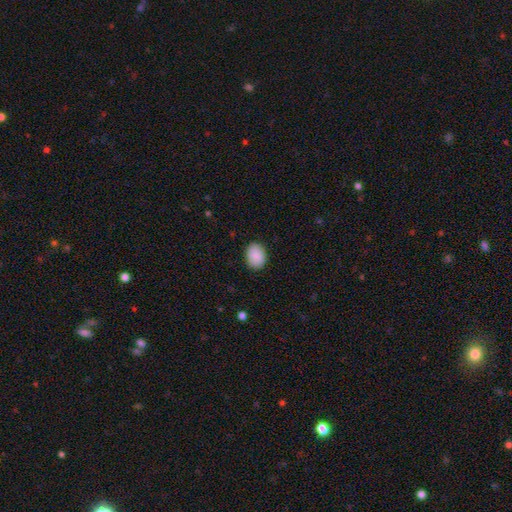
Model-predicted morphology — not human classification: This is clearly a smooth galaxy (88%). How rounded: likely in between (69%). Merging: clearly none (87%).